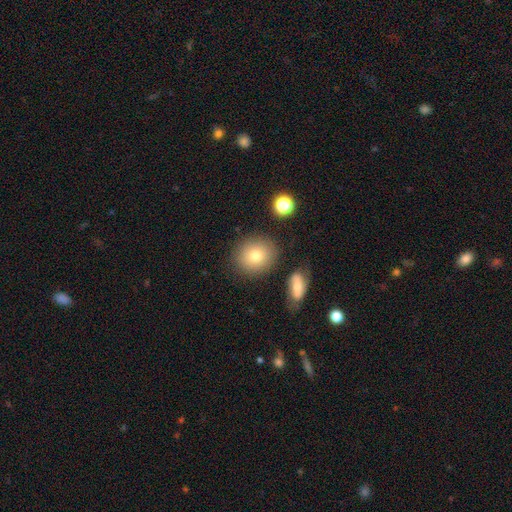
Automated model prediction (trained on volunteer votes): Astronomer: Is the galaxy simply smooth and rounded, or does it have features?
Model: smooth — 76%.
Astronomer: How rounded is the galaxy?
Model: round — 80%.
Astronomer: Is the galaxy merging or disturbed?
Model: none — 83%.